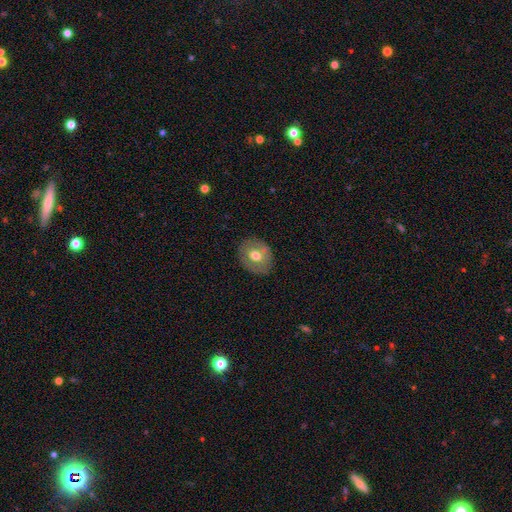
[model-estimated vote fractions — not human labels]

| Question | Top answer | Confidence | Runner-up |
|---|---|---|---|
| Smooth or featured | smooth | 58% | featured or disk (34%) |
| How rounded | round | 57% | in between (42%) |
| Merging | none | 83% | minor disturbance (12%) |